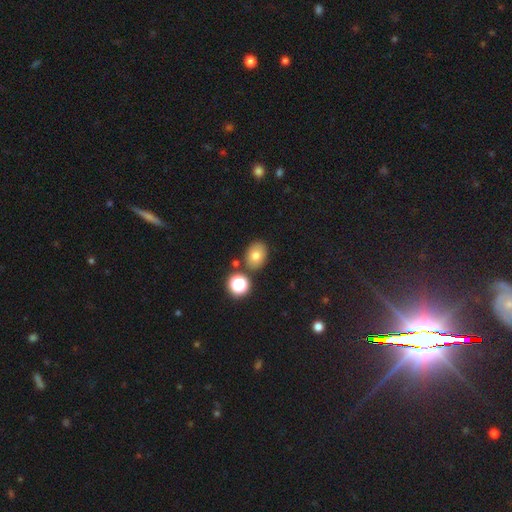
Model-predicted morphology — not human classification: A smooth galaxy with no disk features (75%) that is in between round and cigar-shaped (64%).

Vote fractions:
- Smooth or featured? smooth: 75% / star or artifact: 14% / featured or disk: 11%
- How rounded? in between: 64% / round: 35% / cigar-shaped: 1%
- Merging? none: 78% / minor disturbance: 11% / merger: 9% / major disturbance: 3%